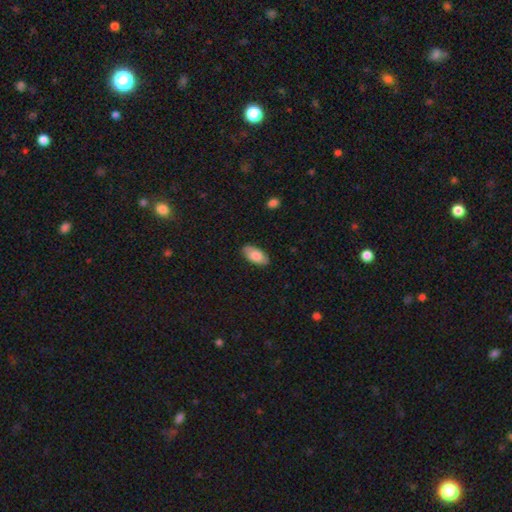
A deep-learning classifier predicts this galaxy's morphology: This is clearly a smooth galaxy (81%). How rounded: clearly in between (93%). Merging: clearly none (85%).